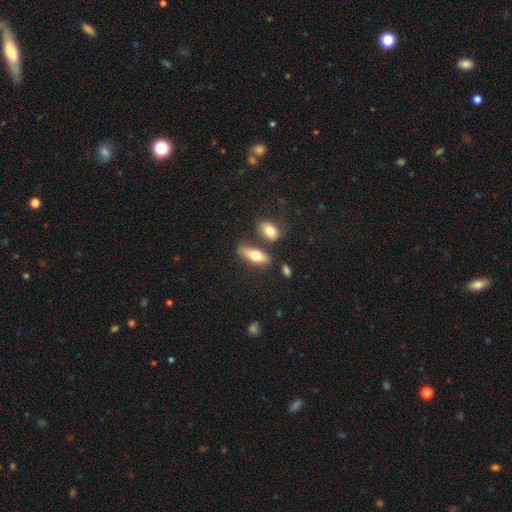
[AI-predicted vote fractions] smooth-or-featured: smooth: 70% | featured or disk: 23% | star or artifact: 7%
  how-rounded: in between: 69% | cigar-shaped: 27% | round: 4%
  merging: none: 62% | minor disturbance: 16% | merger: 16% | major disturbance: 6%